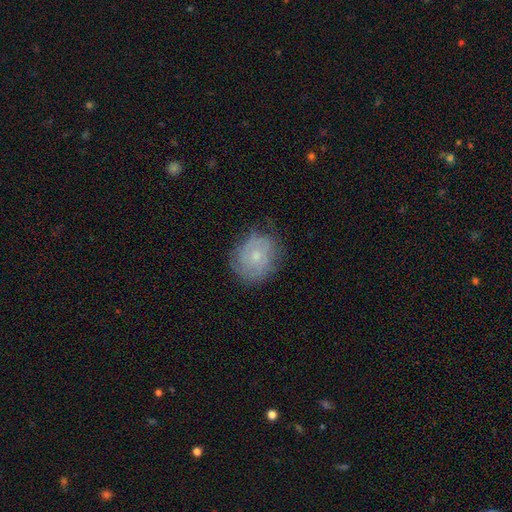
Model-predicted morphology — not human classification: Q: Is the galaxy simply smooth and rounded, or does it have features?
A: featured or disk — 51%.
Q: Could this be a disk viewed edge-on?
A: no — 97%.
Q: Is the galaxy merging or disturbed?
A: none — 67%.